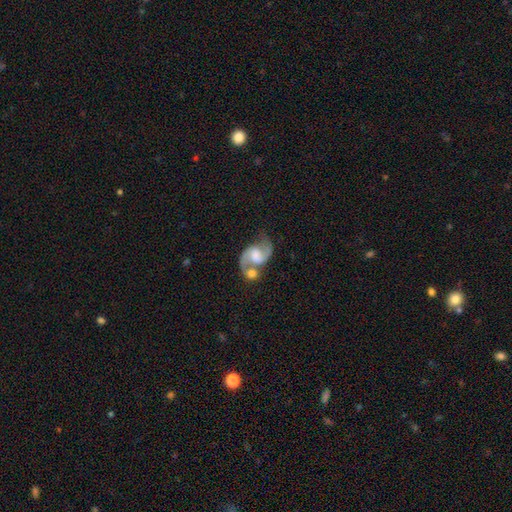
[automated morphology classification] A featured or disk galaxy (86%) with a weak bar (43%, tied with no), 2 (93%) medium (46%) spiral arms (96%) and a moderate central bulge (35%). Merging: merger (40%).